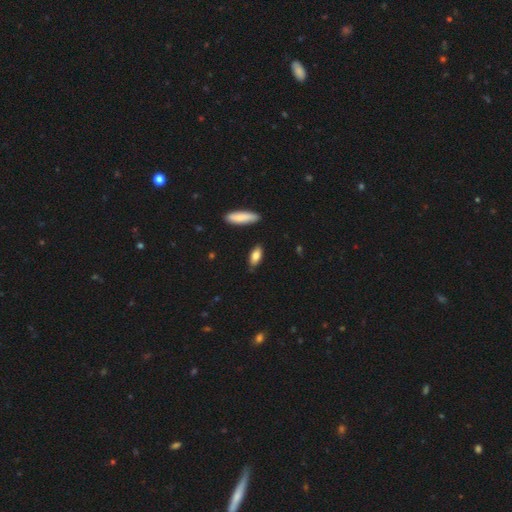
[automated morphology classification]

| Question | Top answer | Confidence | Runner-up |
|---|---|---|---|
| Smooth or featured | smooth | 80% | featured or disk (13%) |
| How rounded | in between | 77% | cigar-shaped (21%) |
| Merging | none | 82% | minor disturbance (14%) |